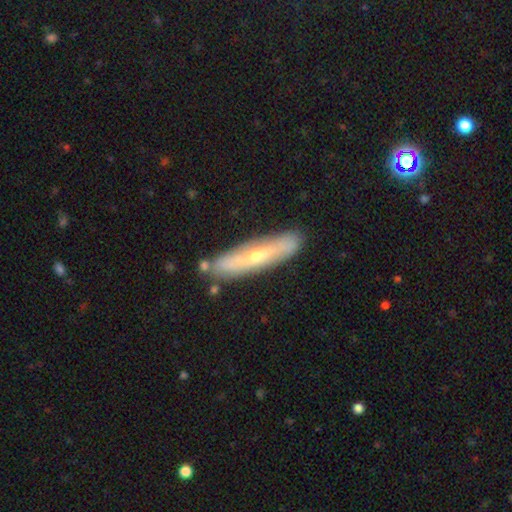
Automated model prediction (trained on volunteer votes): smooth-or-featured: featured or disk: 57% | smooth: 37% | star or artifact: 6%
  disk-edge-on: yes: 71% | no: 29%
  merging: none: 82% | minor disturbance: 12% | merger: 4% | major disturbance: 2%